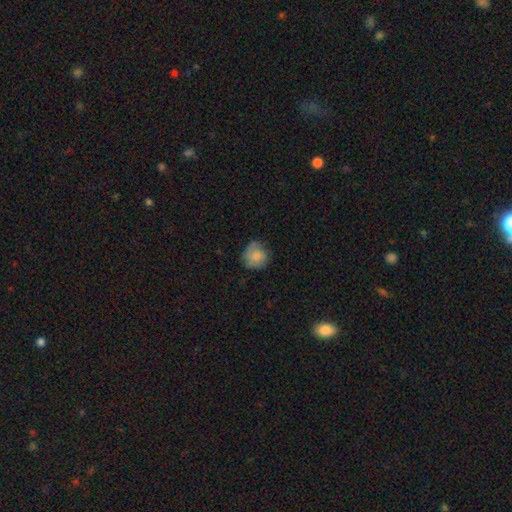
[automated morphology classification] This is likely a smooth galaxy (74%). How rounded: clearly round (86%). Merging: likely none (65%).